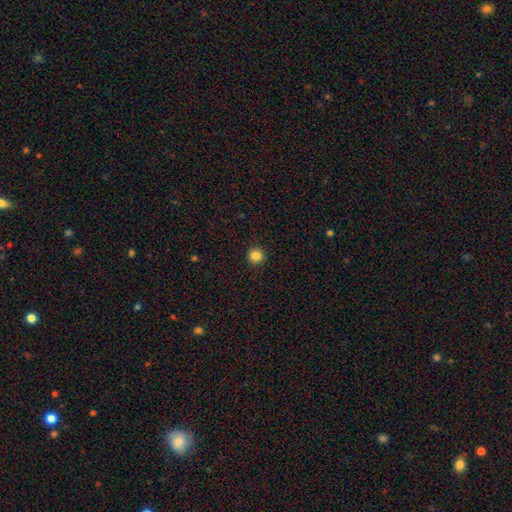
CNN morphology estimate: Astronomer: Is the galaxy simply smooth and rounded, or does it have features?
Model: smooth — 85%.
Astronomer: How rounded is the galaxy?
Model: round — 95%.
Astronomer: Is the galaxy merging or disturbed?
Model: none — 93%.